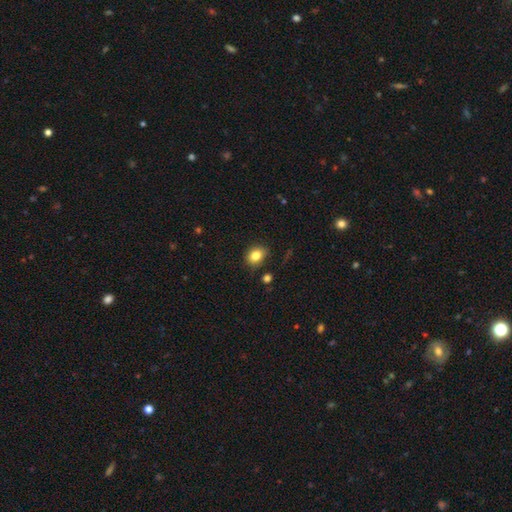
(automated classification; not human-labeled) The model was most divided on "how rounded": in between: 53%, round: 46%, cigar-shaped: 1%. More confident: smooth or featured — smooth (82%); merging — none (81%).